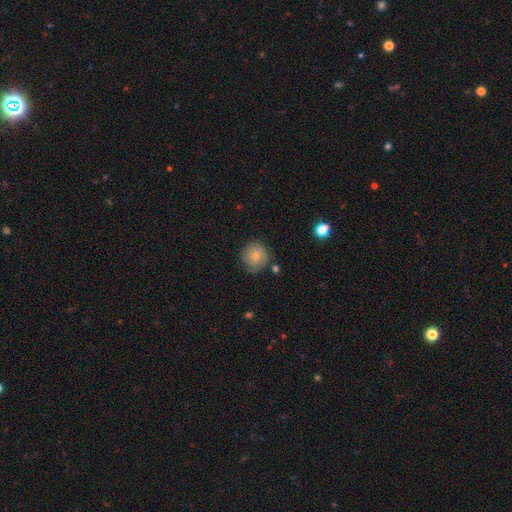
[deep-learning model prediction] smooth_or_featured: smooth (p=0.70) [alt: featured or disk p=0.21]
how_rounded: round (p=0.90) [alt: in between p=0.09]
merging: none (p=0.72) [alt: minor disturbance p=0.20]